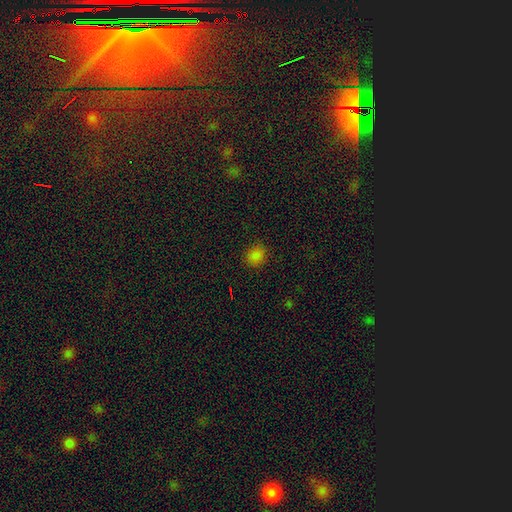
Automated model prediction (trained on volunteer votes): This appears to be a smooth galaxy with no disk features (81%) that is round (70%). Merging: none (87%).